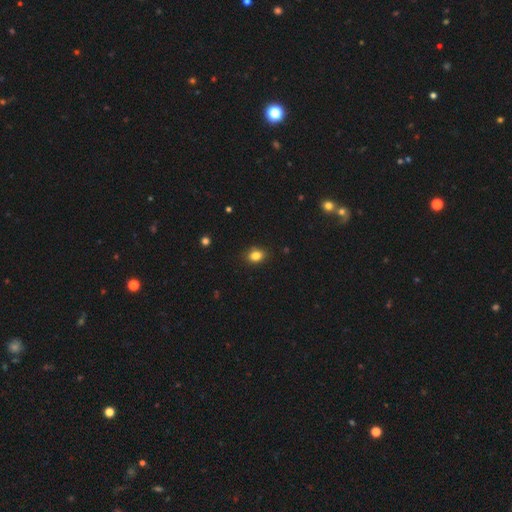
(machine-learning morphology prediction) smooth 84%, star or artifact 11%, featured or disk 5%. Down the decision tree: how rounded — in between (63%); merging — none (86%).